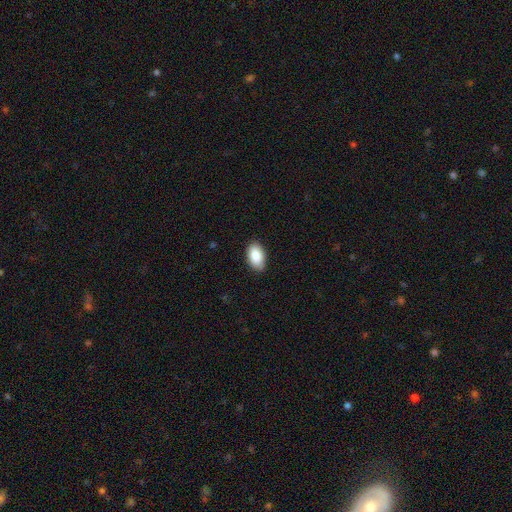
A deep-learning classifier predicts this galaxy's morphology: A smooth galaxy with no disk features (87%) that is in between round and cigar-shaped (94%). Merging: none (84%).